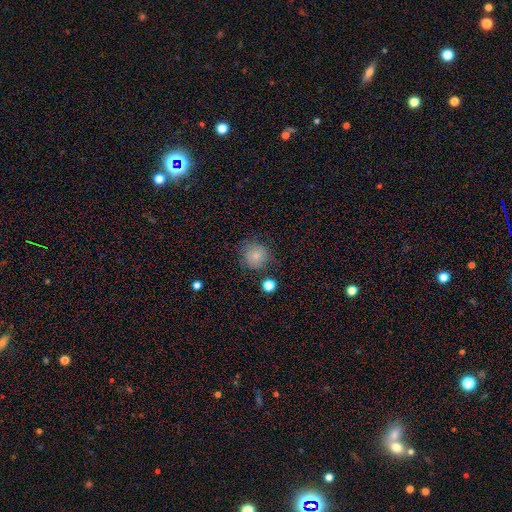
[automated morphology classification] Smooth or featured: smooth — 80% (star or artifact — 11%)
How rounded: round — 90% (in between — 9%)
Merging: none — 73% (minor disturbance — 17%)